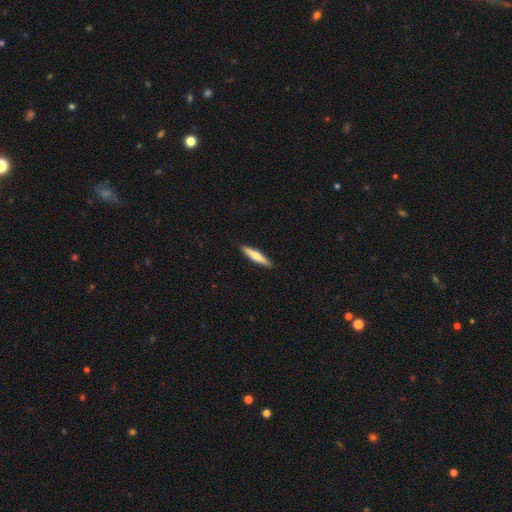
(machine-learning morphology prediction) Smooth or featured?
  - smooth: 61% *
  - featured or disk: 34%
  - star or artifact: 5%
How rounded?
  - cigar-shaped: 87% *
  - in between: 12%
  - round: 1%
Merging?
  - none: 91% *
  - minor disturbance: 6%
  - major disturbance: 1%
  - merger: 1%